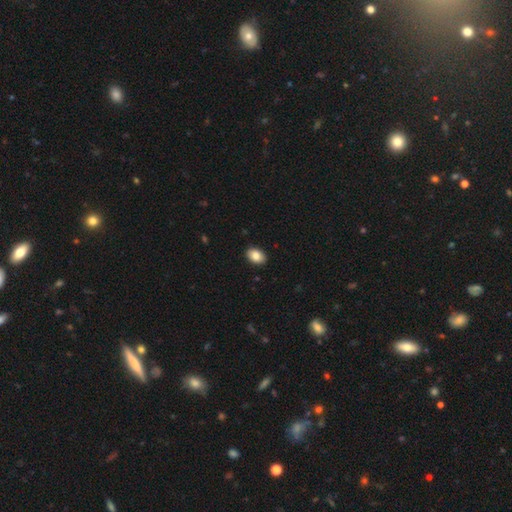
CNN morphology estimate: smooth_or_featured: smooth (p=0.86) [alt: star or artifact p=0.07]
how_rounded: in between (p=0.81) [alt: round p=0.17]
merging: none (p=0.91) [alt: minor disturbance p=0.07]